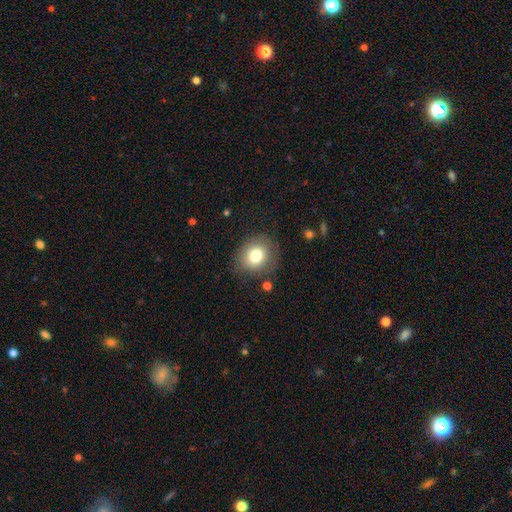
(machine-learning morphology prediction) The model was most divided on "how rounded": round: 71%, in between: 28%, cigar-shaped: 1%. More confident: merging — none (82%); smooth or featured — smooth (78%).